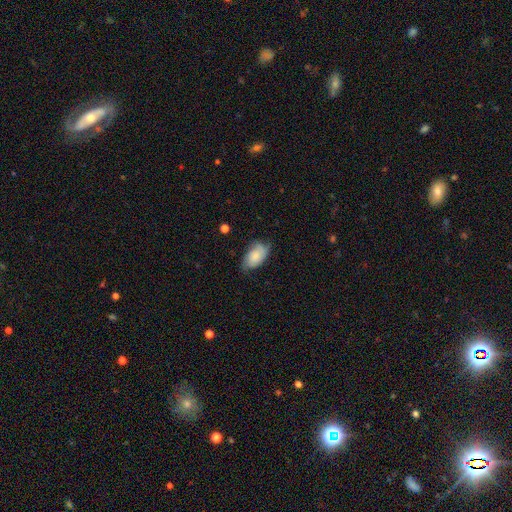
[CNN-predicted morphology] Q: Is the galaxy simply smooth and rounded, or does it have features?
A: smooth — 71%.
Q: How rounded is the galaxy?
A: in between — 93%.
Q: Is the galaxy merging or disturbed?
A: none — 62%.